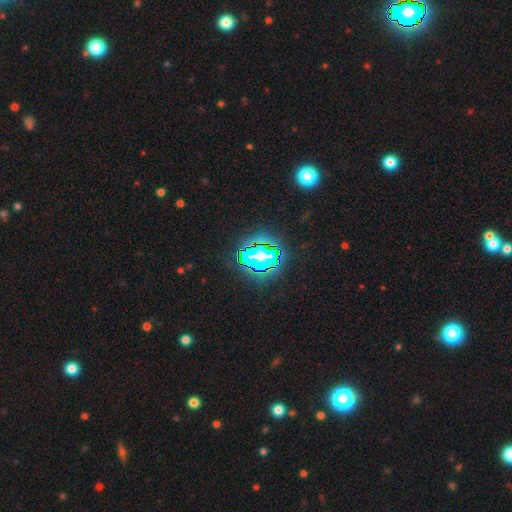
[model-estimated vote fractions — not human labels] smooth_or_featured: star or artifact (p=0.75) [alt: smooth p=0.15]